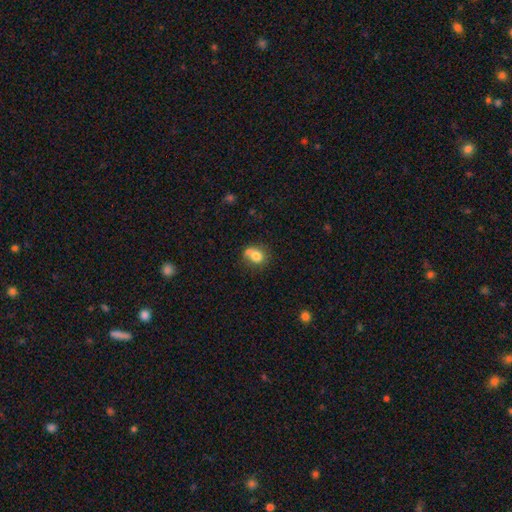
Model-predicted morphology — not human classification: Smooth or featured? smooth (75%)
How rounded? round (62%)
Merging? none (40%)